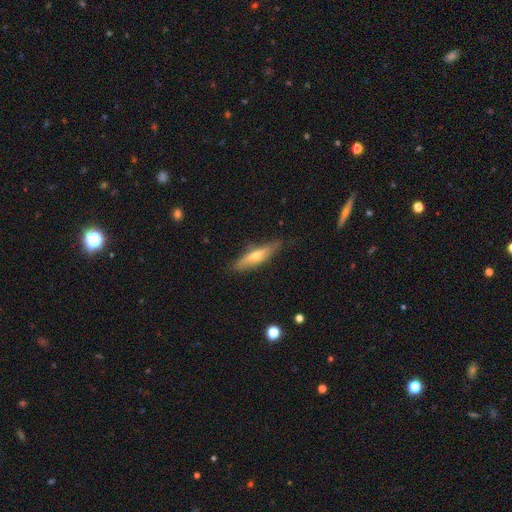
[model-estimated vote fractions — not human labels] Smooth or featured? Predicted: featured or disk (p=0.53). Edge-on disk? Predicted: yes (p=0.86). Merging? Predicted: none (p=0.79).